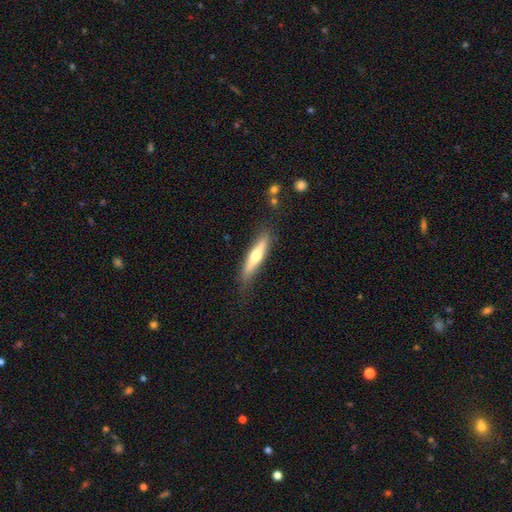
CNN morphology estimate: type=featured or disk (50%); merging=none (80%).